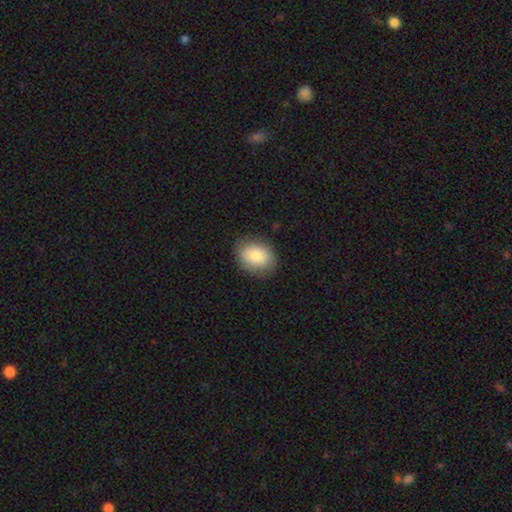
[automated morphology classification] Overall: smooth (83%). How rounded: in between (58%; round 41%). Merging: none (84%).